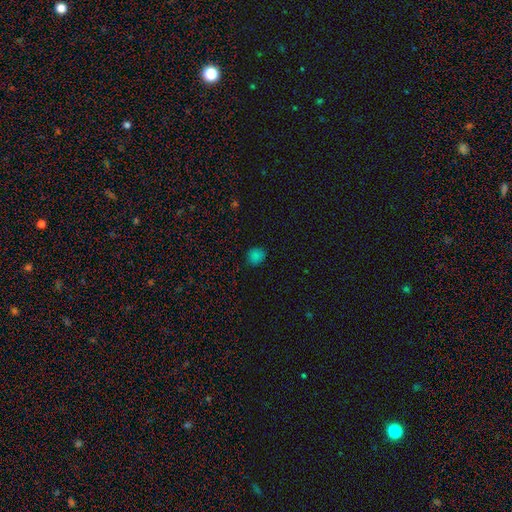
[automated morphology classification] Smooth or featured?
  - smooth: 80% *
  - star or artifact: 17%
  - featured or disk: 3%
How rounded?
  - round: 81% *
  - in between: 18%
  - cigar-shaped: 1%
Merging?
  - none: 87% *
  - minor disturbance: 10%
  - major disturbance: 2%
  - merger: 1%